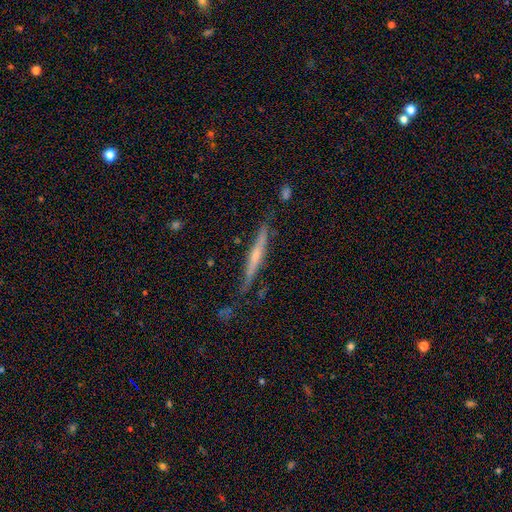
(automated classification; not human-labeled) Smooth or featured? featured or disk (67%)
Edge-on disk? yes (96%)
Edge-on bulge? rounded (60%)
Merging? none (79%)